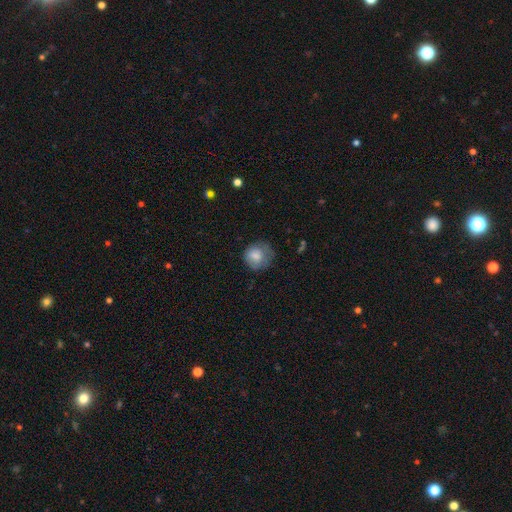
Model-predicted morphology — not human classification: smooth-or-featured: smooth: 78% | featured or disk: 13% | star or artifact: 8%
  how-rounded: round: 82% | in between: 17% | cigar-shaped: 1%
  merging: none: 56% | minor disturbance: 28% | major disturbance: 15% | merger: 1%